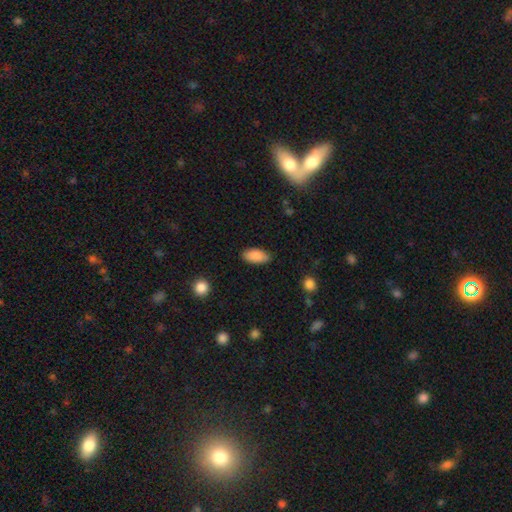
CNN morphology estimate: This is clearly a smooth galaxy (89%). How rounded: clearly in between (92%). Merging: clearly none (84%).